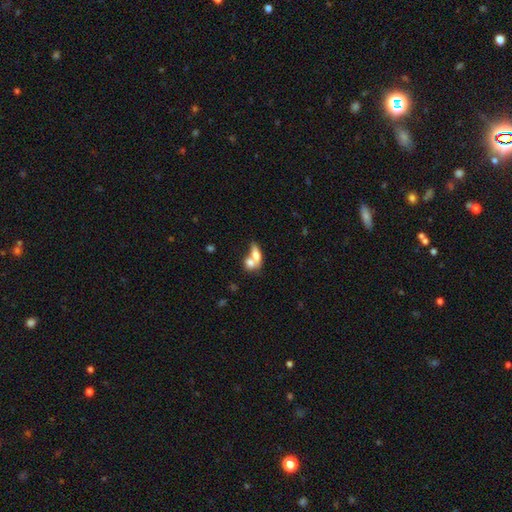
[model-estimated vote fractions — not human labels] Smooth or featured? smooth (67%)
How rounded? in between (68%)
Merging? merger (63%)